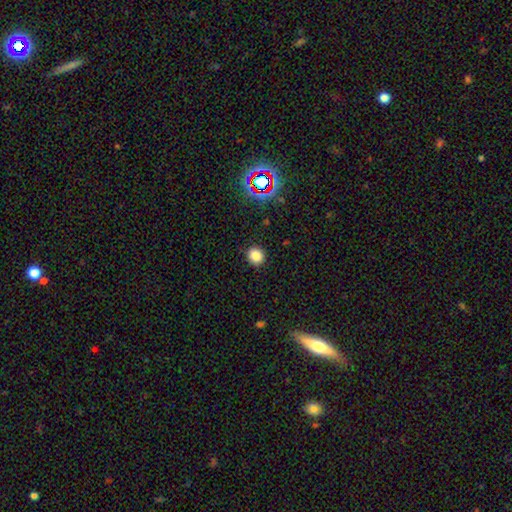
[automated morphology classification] The model was most divided on "how rounded": round: 81%, in between: 18%, cigar-shaped: 1%. More confident: merging — none (90%); smooth or featured — smooth (82%).